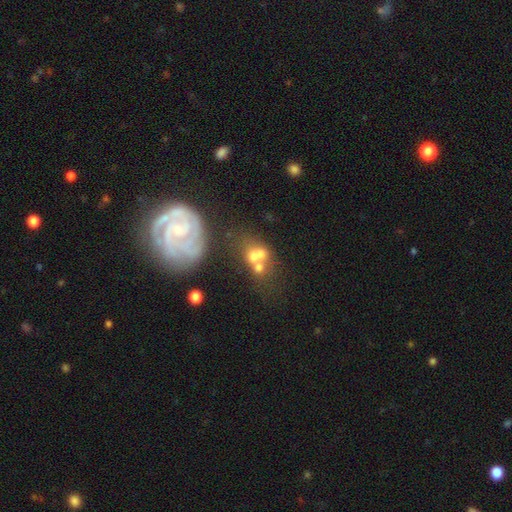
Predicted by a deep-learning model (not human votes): Smooth or featured: featured or disk — 44% (smooth — 42%)
Merging: merger — 48% (none — 28%)